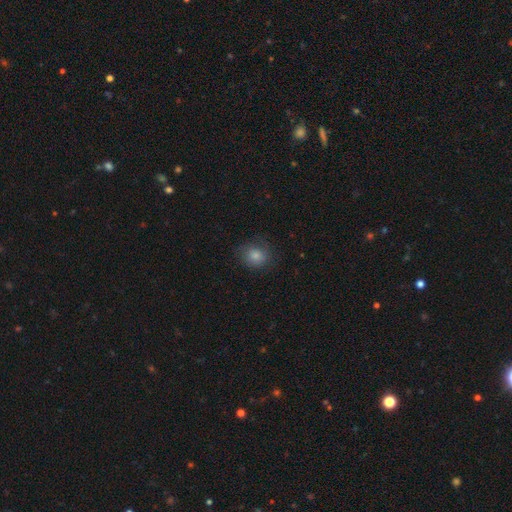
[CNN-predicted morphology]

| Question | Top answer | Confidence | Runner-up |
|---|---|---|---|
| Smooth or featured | smooth | 82% | star or artifact (10%) |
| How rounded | round | 69% | in between (30%) |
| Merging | none | 75% | minor disturbance (18%) |